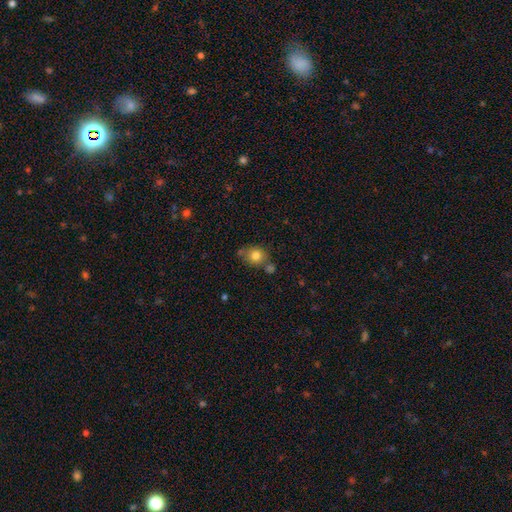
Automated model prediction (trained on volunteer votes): Smooth or featured? Predicted: smooth (p=0.80). How rounded? Predicted: round (p=0.72). Merging? Predicted: none (p=0.61).